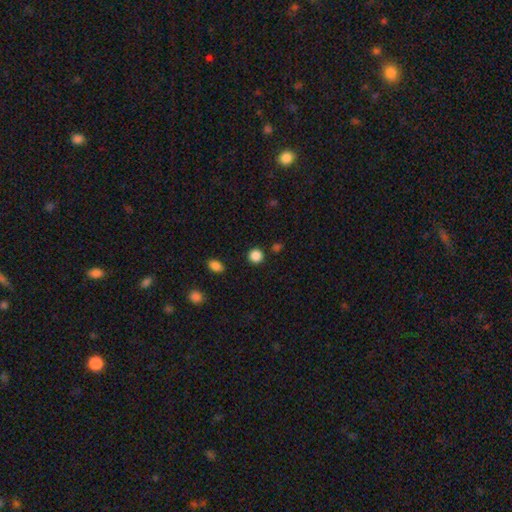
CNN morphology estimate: smooth-or-featured: smooth: 86% | star or artifact: 11% | featured or disk: 3%
  how-rounded: round: 93% | in between: 6% | cigar-shaped: 1%
  merging: none: 89% | minor disturbance: 6% | merger: 3% | major disturbance: 2%